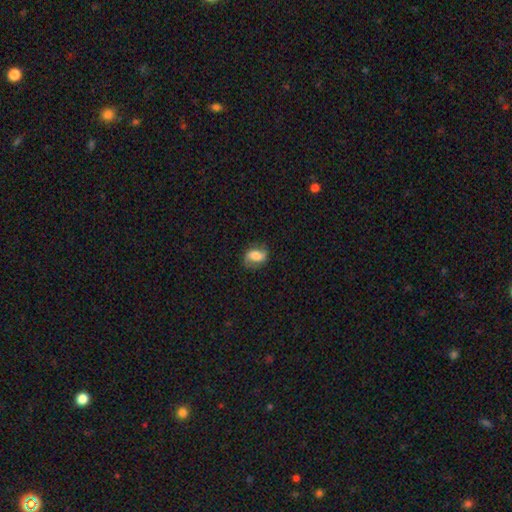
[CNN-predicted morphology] type=smooth (46%); merging=none (77%).